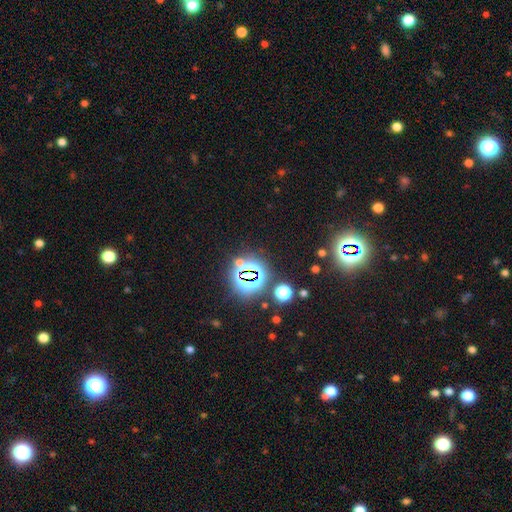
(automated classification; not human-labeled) Smooth or featured: star or artifact — 82% (smooth — 11%)